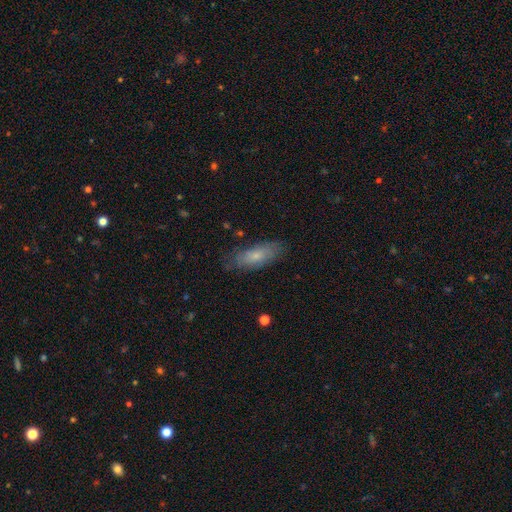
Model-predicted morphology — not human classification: Smooth or featured? Predicted: smooth (p=0.68). How rounded? Predicted: in between (p=0.69). Merging? Predicted: none (p=0.76).